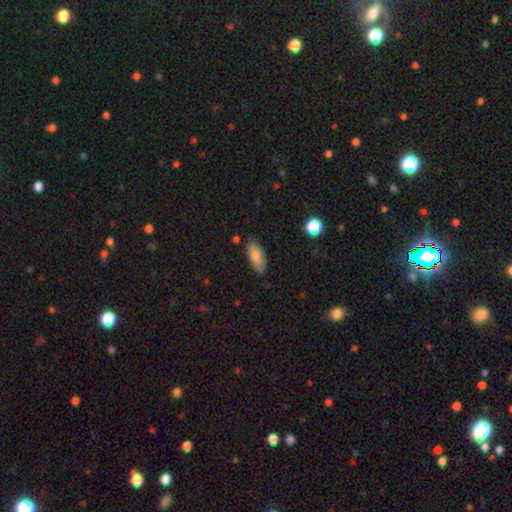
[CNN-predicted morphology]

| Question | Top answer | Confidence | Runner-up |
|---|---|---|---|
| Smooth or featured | smooth | 80% | featured or disk (13%) |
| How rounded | in between | 84% | cigar-shaped (14%) |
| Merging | none | 79% | minor disturbance (16%) |